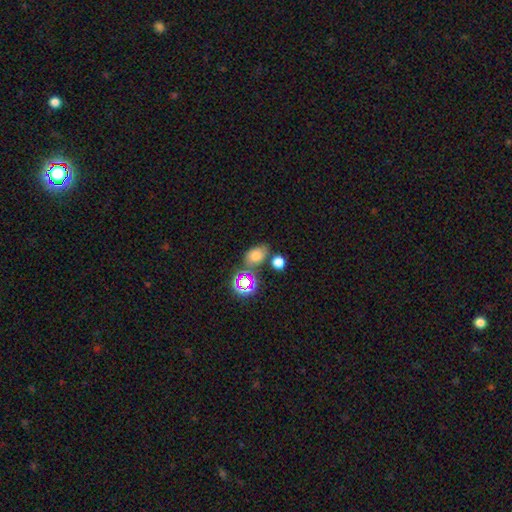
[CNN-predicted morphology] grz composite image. It shows a smooth galaxy with no disk features (68%) that is in between round and cigar-shaped (74%). Merging: none (59%).